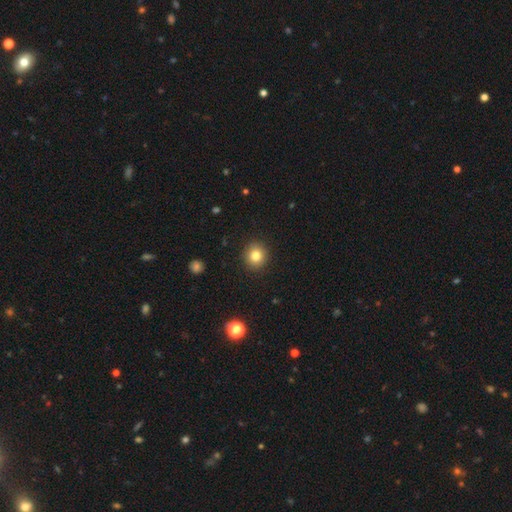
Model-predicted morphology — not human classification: Smooth or featured? Predicted: smooth (p=0.82). How rounded? Predicted: round (p=0.86). Merging? Predicted: none (p=0.91).